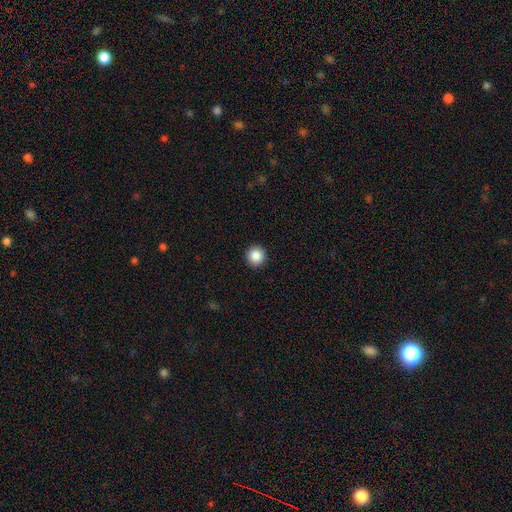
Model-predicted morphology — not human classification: Smooth or featured?
  - smooth: 87% *
  - star or artifact: 9%
  - featured or disk: 3%
How rounded?
  - round: 94% *
  - in between: 5%
  - cigar-shaped: 1%
Merging?
  - none: 93% *
  - minor disturbance: 5%
  - major disturbance: 2%
  - merger: 1%